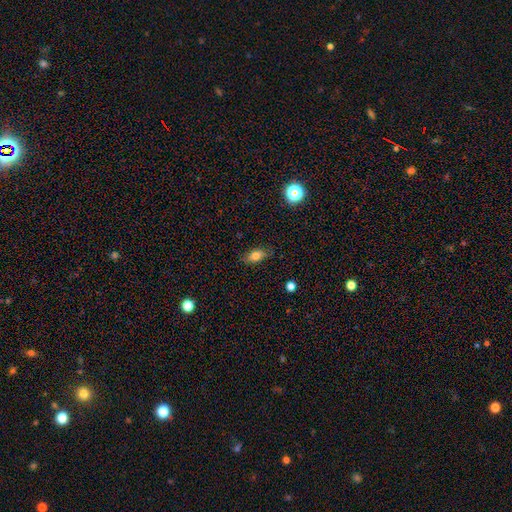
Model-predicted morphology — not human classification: A smooth galaxy with no disk features (79%) that is in between round and cigar-shaped (85%). Merging: none (81%).